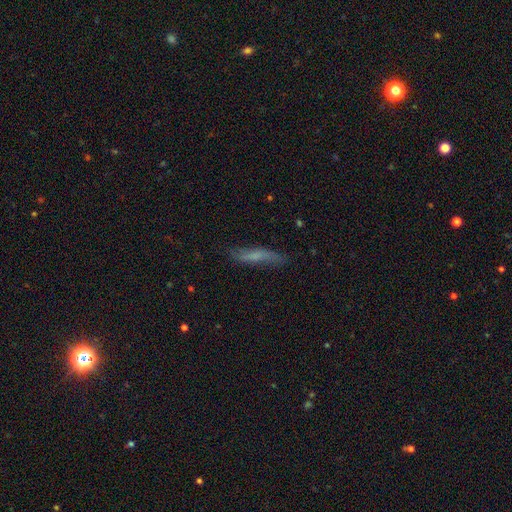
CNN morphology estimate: The model was most divided on "smooth or featured": smooth: 50%, featured or disk: 42%, star or artifact: 9%. More confident: merging — none (71%).